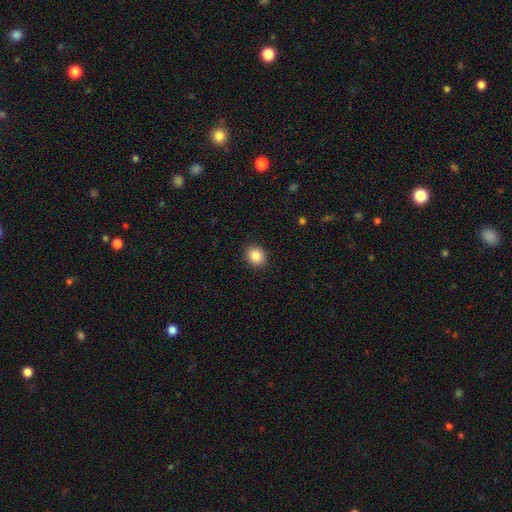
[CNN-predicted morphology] type=smooth (87%); roundness=round (75%); merging=none (91%).